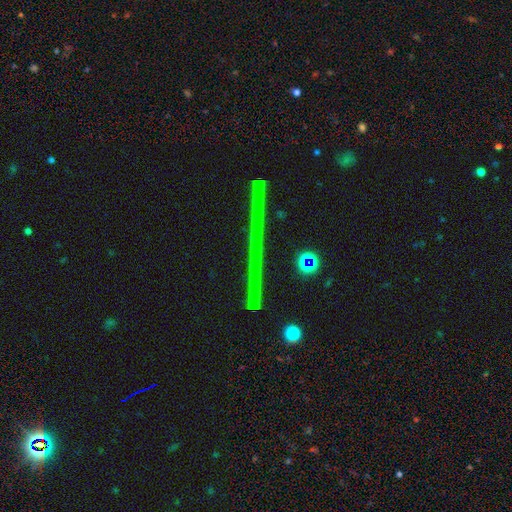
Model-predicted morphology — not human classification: This appears to be a featured or disk galaxy (45%). Merging: none (90%).